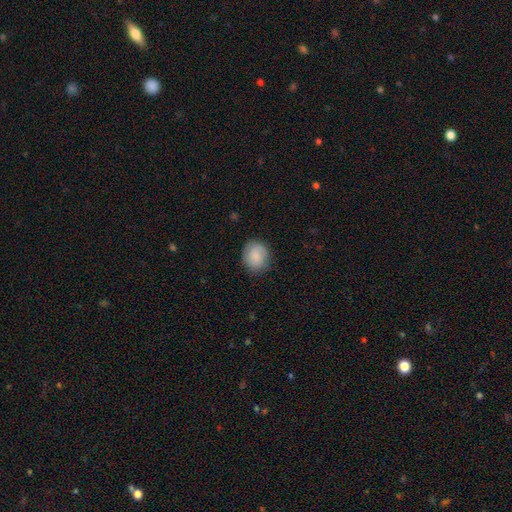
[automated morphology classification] Overall: smooth (79%). How rounded: round (68%; in between 31%). Merging: none (80%).